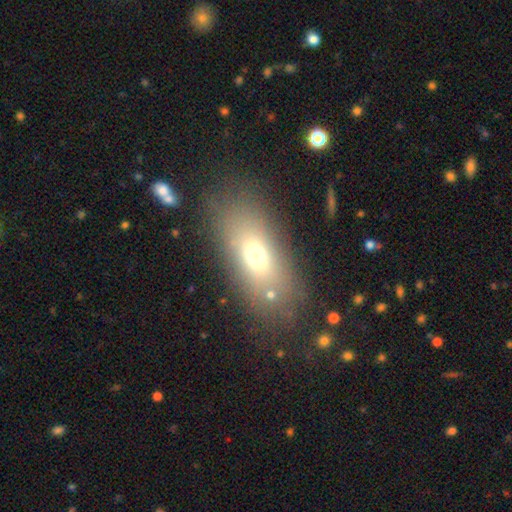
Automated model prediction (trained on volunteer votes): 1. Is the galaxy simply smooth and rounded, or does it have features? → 67% smooth, 19% featured or disk, 13% star or artifact.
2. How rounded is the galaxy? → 80% in between, 12% cigar-shaped, 8% round.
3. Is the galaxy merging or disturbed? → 77% none, 12% minor disturbance, 7% major disturbance, 4% merger.